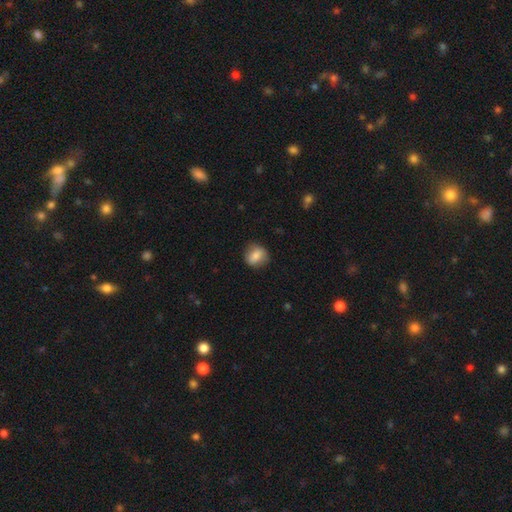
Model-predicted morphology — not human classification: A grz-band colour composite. It shows a smooth galaxy with no disk features (78%) that is round (73%). Merging: none (82%).